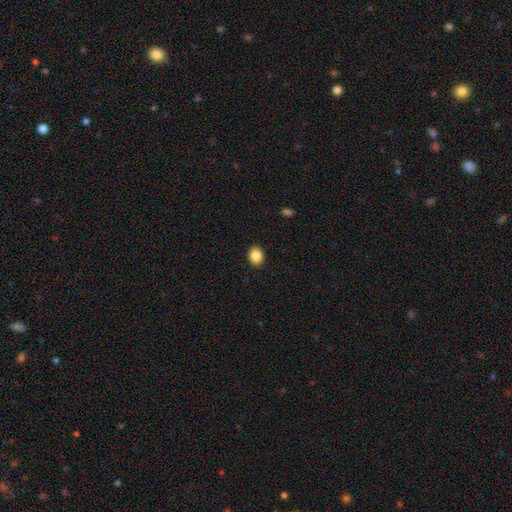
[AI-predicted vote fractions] smooth-or-featured: smooth: 87% | star or artifact: 9% | featured or disk: 5%
  how-rounded: in between: 60% | round: 39% | cigar-shaped: 1%
  merging: none: 91% | minor disturbance: 6% | major disturbance: 2% | merger: 1%